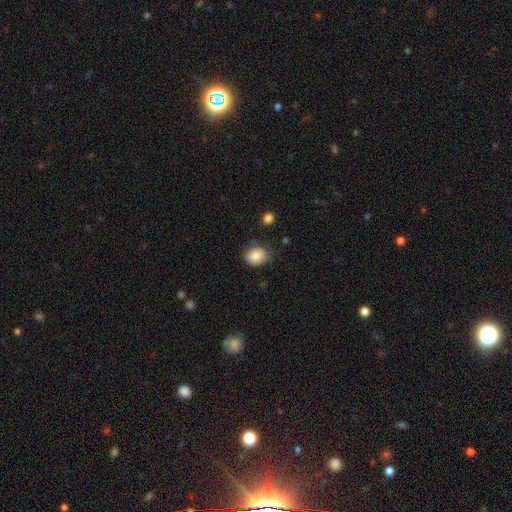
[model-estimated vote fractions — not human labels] smooth-or-featured: smooth: 83% | star or artifact: 9% | featured or disk: 8%
  how-rounded: round: 57% | in between: 42% | cigar-shaped: 1%
  merging: none: 74% | minor disturbance: 20% | major disturbance: 4% | merger: 2%